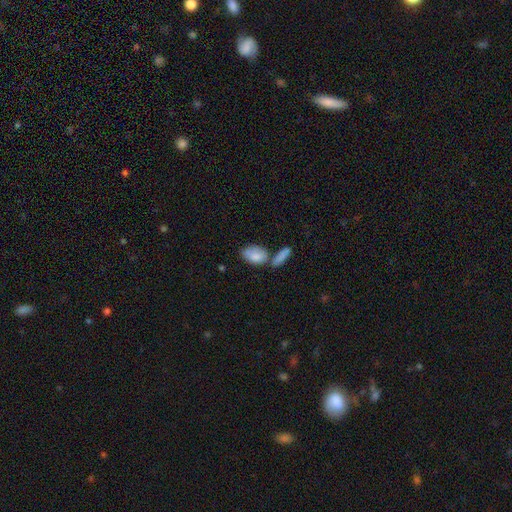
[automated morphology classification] smooth 78%, featured or disk 16%, star or artifact 6%. Down the decision tree: how rounded — in between (90%); merging — none (42%).